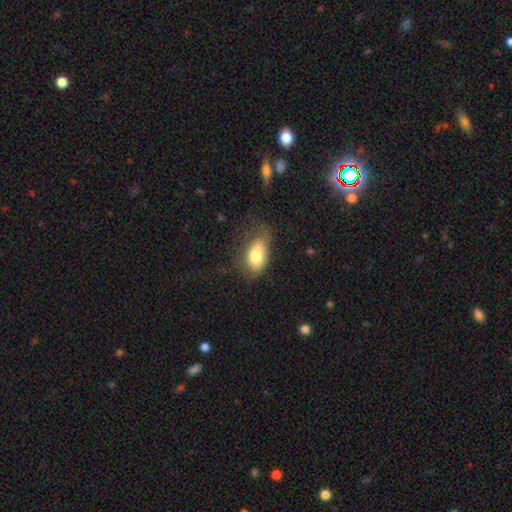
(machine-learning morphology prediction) This is likely a smooth galaxy (73%). How rounded: clearly in between (87%). Merging: marginally none (35%).